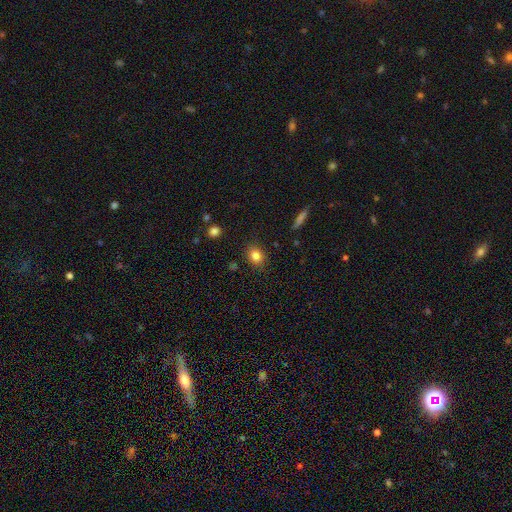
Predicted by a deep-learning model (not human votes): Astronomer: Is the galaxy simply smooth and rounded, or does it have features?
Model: smooth — 83%.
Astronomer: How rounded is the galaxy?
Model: round — 53% (runner-up: in between, 46%).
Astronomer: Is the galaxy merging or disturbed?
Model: none — 87%.